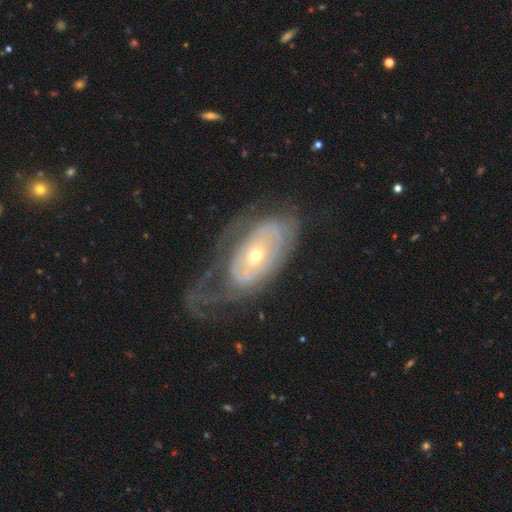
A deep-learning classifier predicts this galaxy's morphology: featured or disk 77%, smooth 17%, star or artifact 6%. Down the decision tree: edge-on disk — no (92%); bar — no (71%); spiral arms — yes (68%); bulge size — small (52%); merging — none (38%).